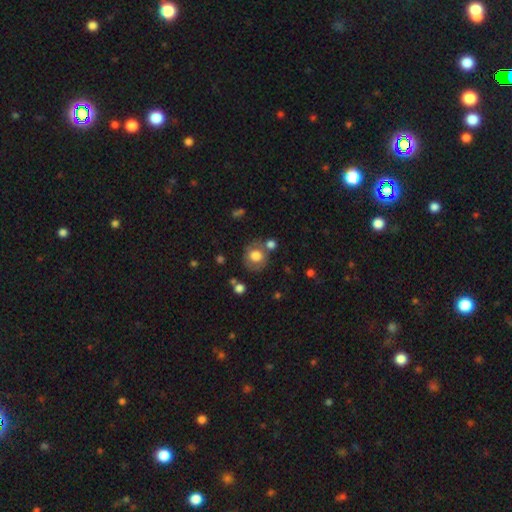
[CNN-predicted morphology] A smooth galaxy with no disk features (70%) that is round (80%).

Vote fractions:
- Smooth or featured? smooth: 70% / featured or disk: 21% / star or artifact: 9%
- How rounded? round: 80% / in between: 19% / cigar-shaped: 1%
- Merging? none: 65% / minor disturbance: 16% / merger: 11% / major disturbance: 7%